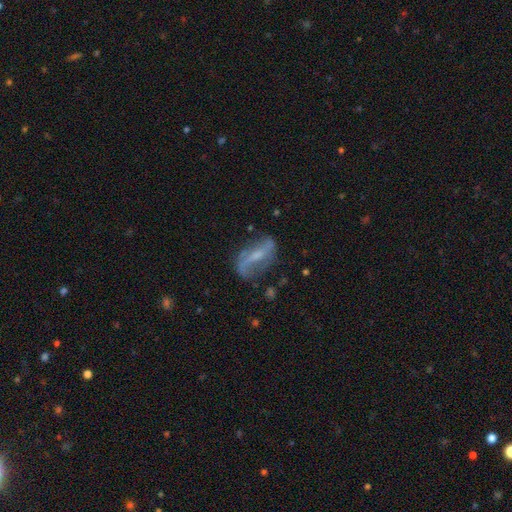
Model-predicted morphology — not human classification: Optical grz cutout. It shows a featured or disk galaxy (72%) with a strong bar (43%), 2 (79%) loose (63%) spiral arms (79%) and a small central bulge (46%). Merging: none (61%).